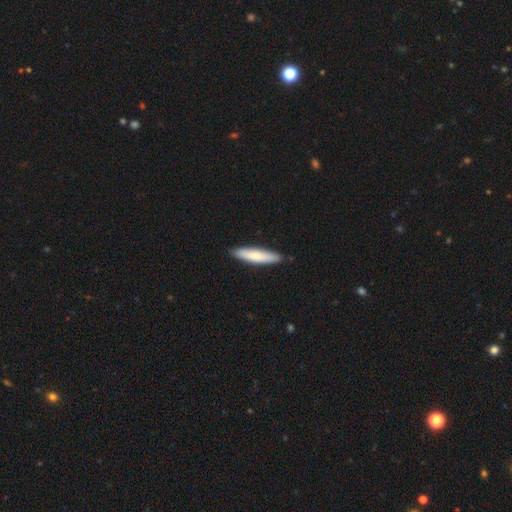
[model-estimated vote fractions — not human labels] Smooth or featured?
  - smooth: 76% *
  - featured or disk: 19%
  - star or artifact: 5%
How rounded?
  - cigar-shaped: 83% *
  - in between: 16%
  - round: 1%
Merging?
  - none: 88% *
  - minor disturbance: 9%
  - major disturbance: 1%
  - merger: 1%